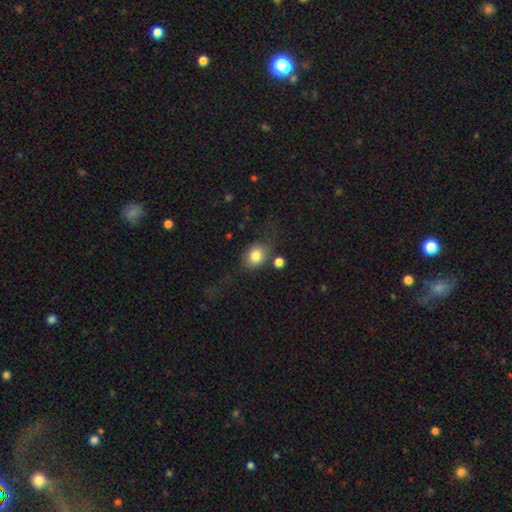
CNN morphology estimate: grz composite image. It shows a smooth galaxy with no disk features (79%) that is round (55%). Merging: none (58%).